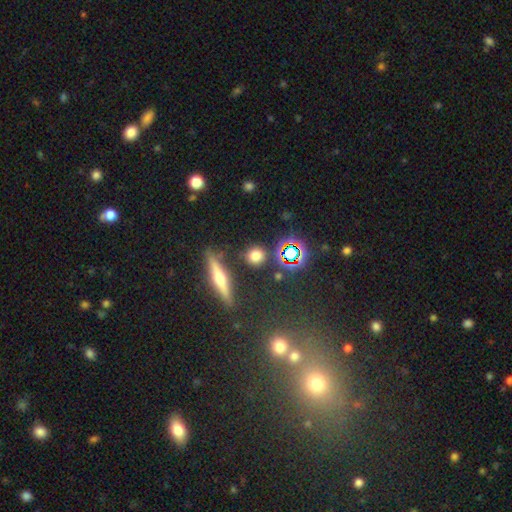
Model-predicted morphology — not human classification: Smooth or featured: smooth — 64% (star or artifact — 24%)
How rounded: round — 83% (in between — 13%)
Merging: none — 84% (minor disturbance — 9%)